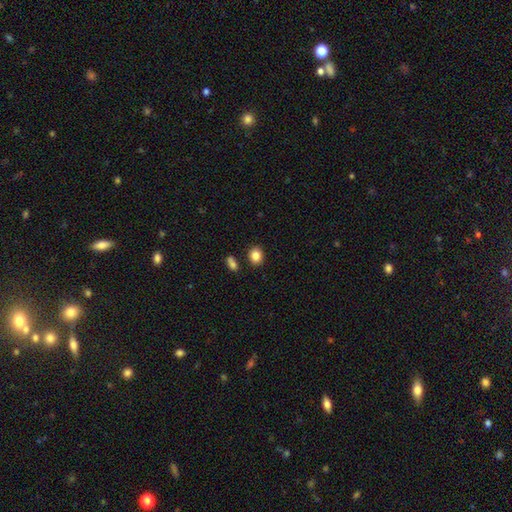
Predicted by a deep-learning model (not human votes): smooth-or-featured: smooth: 85% | star or artifact: 9% | featured or disk: 6%
  how-rounded: round: 59% | in between: 40% | cigar-shaped: 1%
  merging: none: 84% | minor disturbance: 9% | merger: 5% | major disturbance: 2%